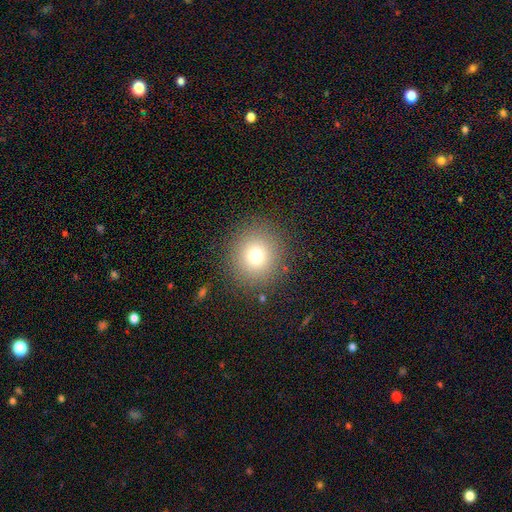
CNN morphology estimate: This is likely a smooth galaxy (73%). How rounded: clearly round (92%). Merging: clearly none (88%).